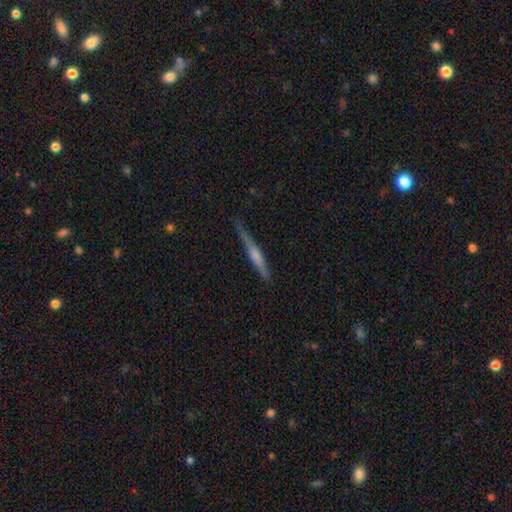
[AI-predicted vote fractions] Smooth or featured?
  - smooth: 49% *
  - featured or disk: 44%
  - star or artifact: 6%
Merging?
  - none: 74% *
  - minor disturbance: 20%
  - major disturbance: 4%
  - merger: 2%